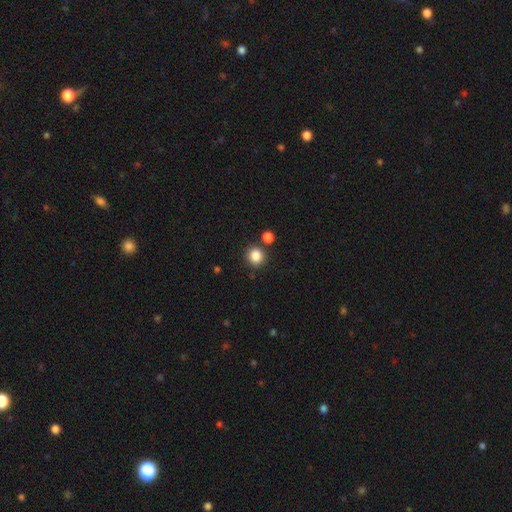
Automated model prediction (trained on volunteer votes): Smooth or featured: smooth — 86% (star or artifact — 11%)
How rounded: round — 88% (in between — 11%)
Merging: none — 80% (merger — 10%)